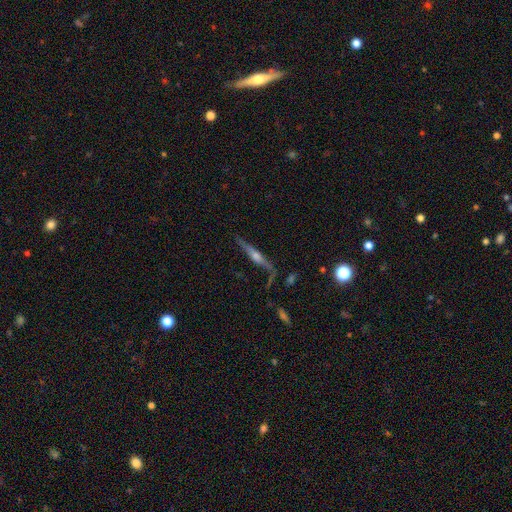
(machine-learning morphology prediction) Smooth or featured? featured or disk (75%)
Edge-on disk? yes (92%)
Edge-on bulge? rounded (83%)
Merging? none (69%)